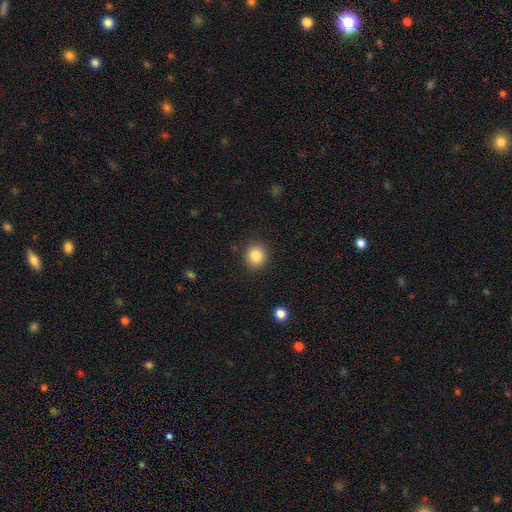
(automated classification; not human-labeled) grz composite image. It shows a smooth galaxy with no disk features (85%) that is round (88%). Merging: none (90%).